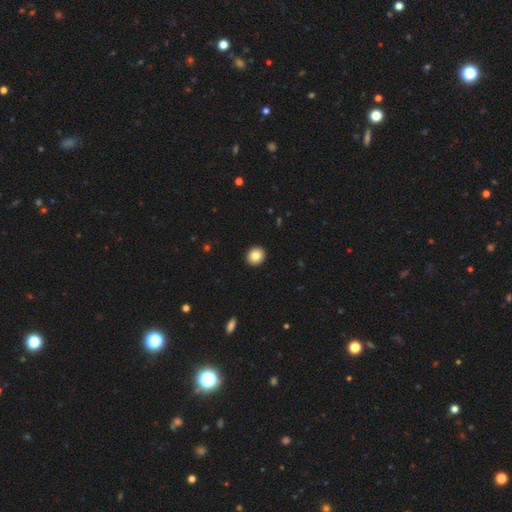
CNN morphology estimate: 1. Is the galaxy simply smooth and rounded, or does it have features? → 83% smooth, 9% star or artifact, 8% featured or disk.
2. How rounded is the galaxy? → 89% round, 10% in between, 1% cigar-shaped.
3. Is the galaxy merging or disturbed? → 94% none, 4% minor disturbance, 1% major disturbance, 1% merger.